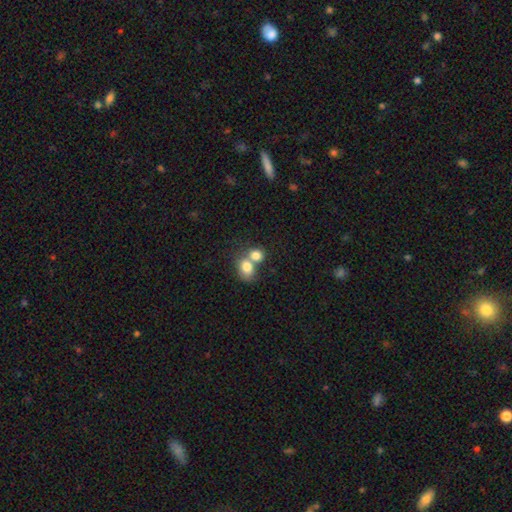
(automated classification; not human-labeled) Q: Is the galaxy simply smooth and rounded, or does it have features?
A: smooth — 78%.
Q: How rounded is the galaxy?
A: round — 54%.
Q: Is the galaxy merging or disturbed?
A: merger — 60%.